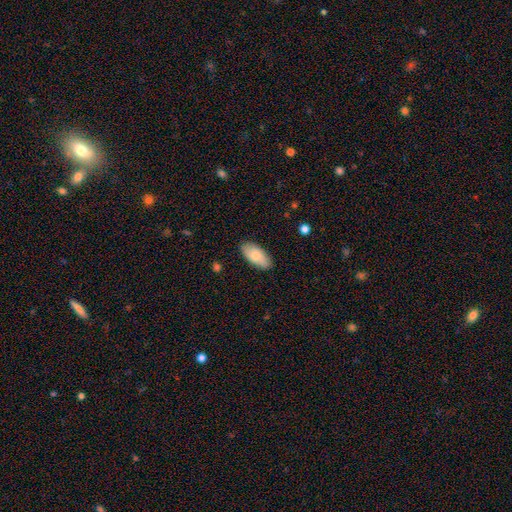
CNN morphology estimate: This is clearly a smooth galaxy (81%). How rounded: clearly in between (93%). Merging: clearly none (87%).